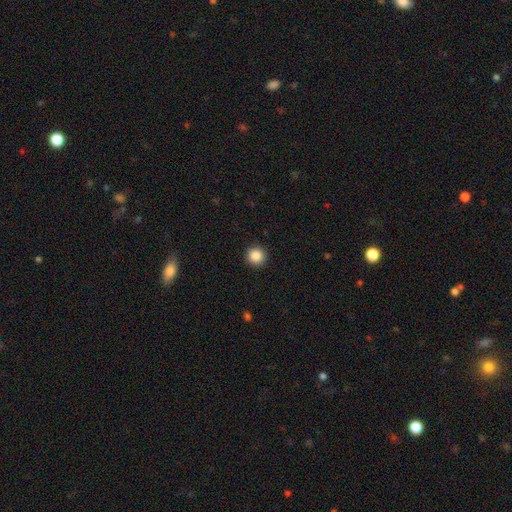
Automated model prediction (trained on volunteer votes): smooth_or_featured: smooth (p=0.88) [alt: star or artifact p=0.09]
how_rounded: round (p=0.95) [alt: in between p=0.04]
merging: none (p=0.92) [alt: minor disturbance p=0.05]